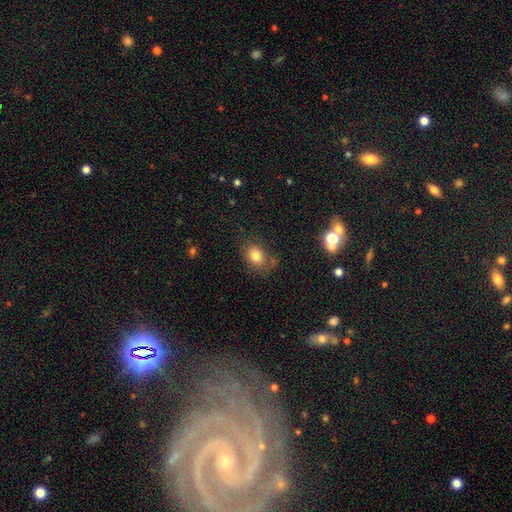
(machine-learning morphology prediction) Smooth or featured? smooth (80%)
How rounded? in between (55%)
Merging? none (70%)